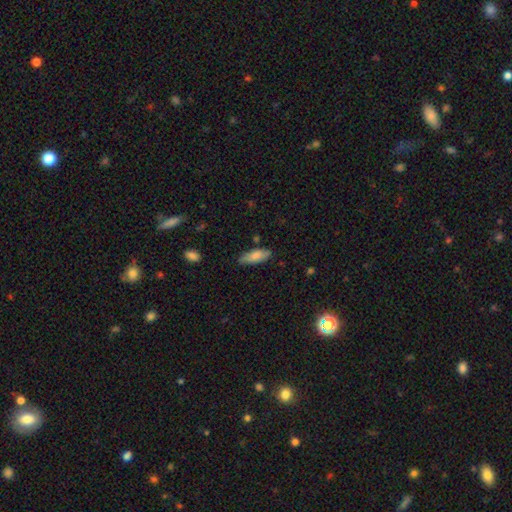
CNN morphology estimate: Smooth or featured? Predicted: smooth (p=0.80). How rounded? Predicted: in between (p=0.62). Merging? Predicted: none (p=0.76).